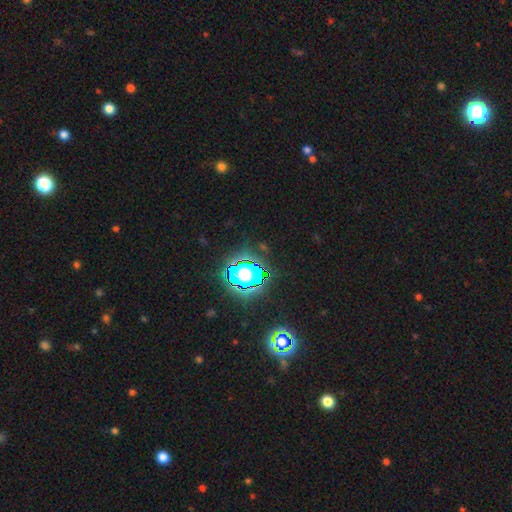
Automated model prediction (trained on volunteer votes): smooth-or-featured: star or artifact: 81% | smooth: 12% | featured or disk: 7%